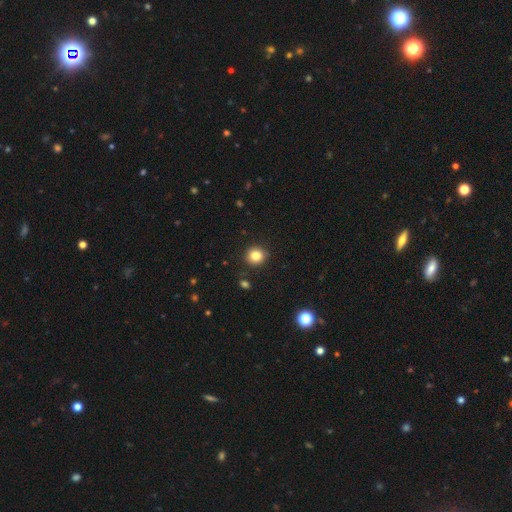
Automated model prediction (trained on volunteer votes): Overall: smooth (84%). How rounded: round (88%). Merging: none (91%).